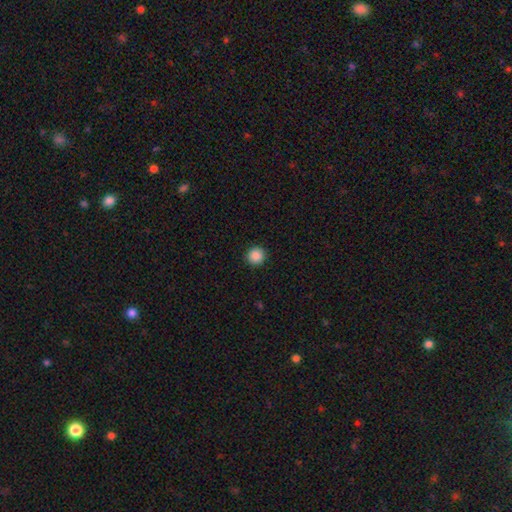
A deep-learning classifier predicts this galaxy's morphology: Smooth or featured: smooth — 88% (star or artifact — 9%)
How rounded: round — 95% (in between — 4%)
Merging: none — 93% (minor disturbance — 5%)